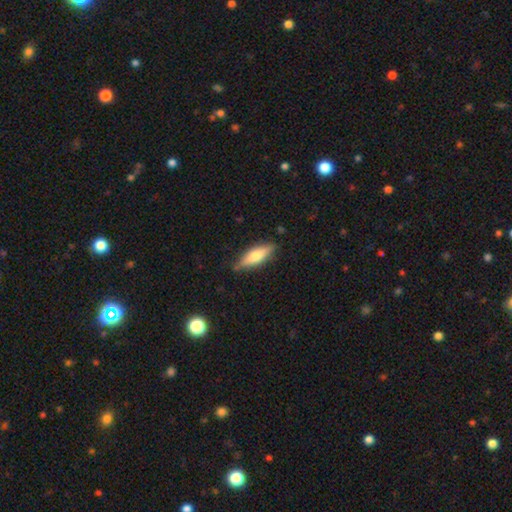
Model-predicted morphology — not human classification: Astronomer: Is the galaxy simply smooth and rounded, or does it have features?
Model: smooth — 54% (runner-up: featured or disk, 40%).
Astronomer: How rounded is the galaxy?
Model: cigar-shaped — 51% (runner-up: in between, 46%).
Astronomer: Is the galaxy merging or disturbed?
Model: none — 83%.